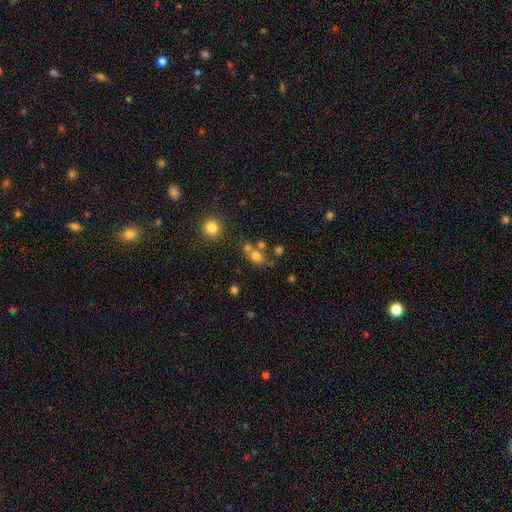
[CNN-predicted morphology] Smooth or featured: smooth — 72% (featured or disk — 14%)
How rounded: in between — 52% (round — 46%)
Merging: none — 46% (merger — 36%)